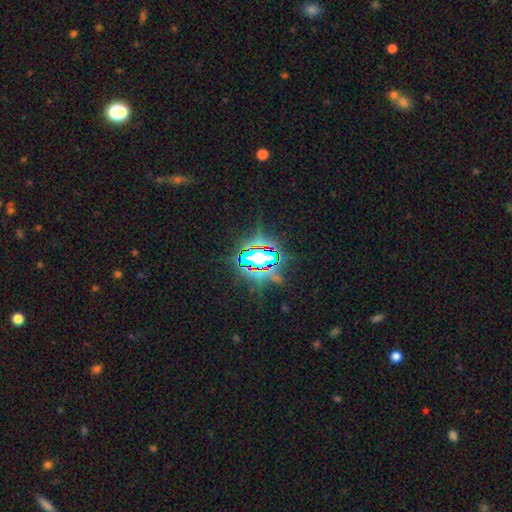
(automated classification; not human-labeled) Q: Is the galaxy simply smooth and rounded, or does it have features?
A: star or artifact — 74%.